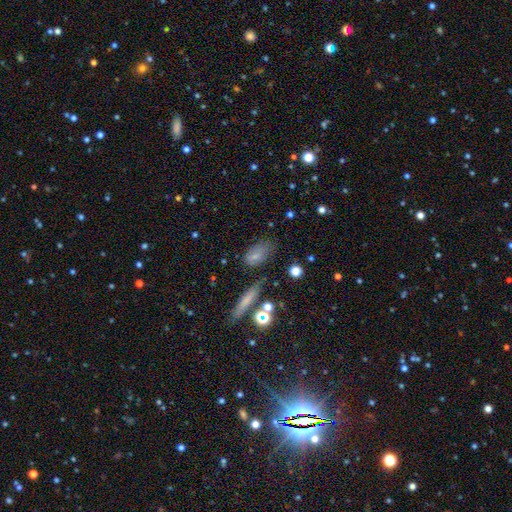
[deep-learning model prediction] The model was most divided on "merging": none: 60%, minor disturbance: 24%, major disturbance: 10%, merger: 6%. More confident: how rounded — in between (83%); smooth or featured — smooth (66%).